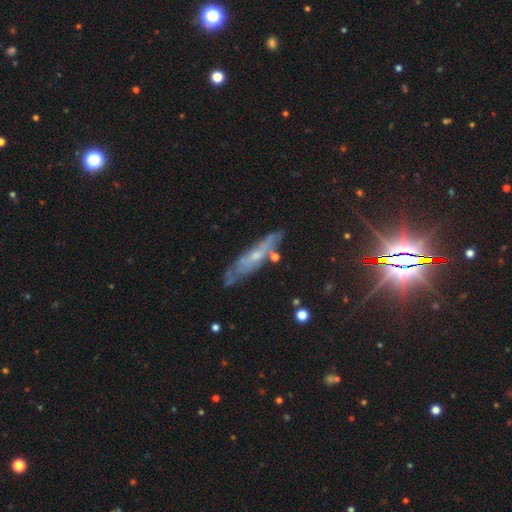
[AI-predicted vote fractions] Smooth or featured: featured or disk — 61% (smooth — 28%)
Edge-on disk: yes — 54% (no — 46%)
Merging: none — 70% (minor disturbance — 21%)